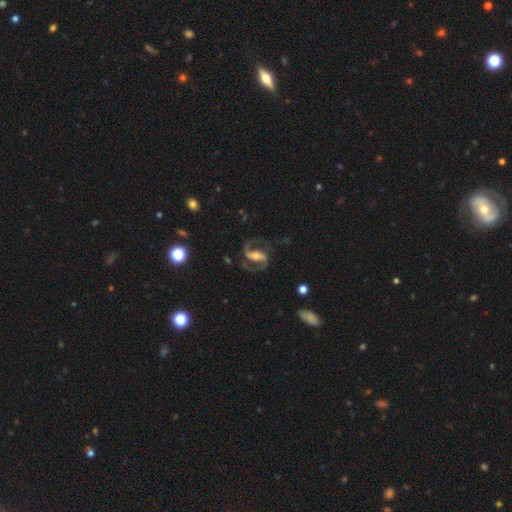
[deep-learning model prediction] Overall: featured or disk (90%). Edge-on disk: no (97%). Bar: strong (59%; weak 28%). Spiral arms: yes (97%). Spiral arm count: 2 (94%). Spiral winding: medium (63%). Bulge size: moderate (55%; small 33%). Merging: none (77%).